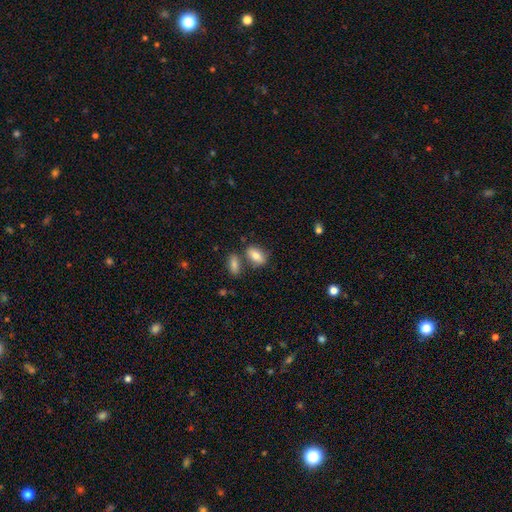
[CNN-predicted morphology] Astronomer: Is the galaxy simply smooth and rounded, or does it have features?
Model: smooth — 82%.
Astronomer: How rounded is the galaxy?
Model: in between — 88%.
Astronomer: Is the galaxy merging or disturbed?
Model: none — 63%.